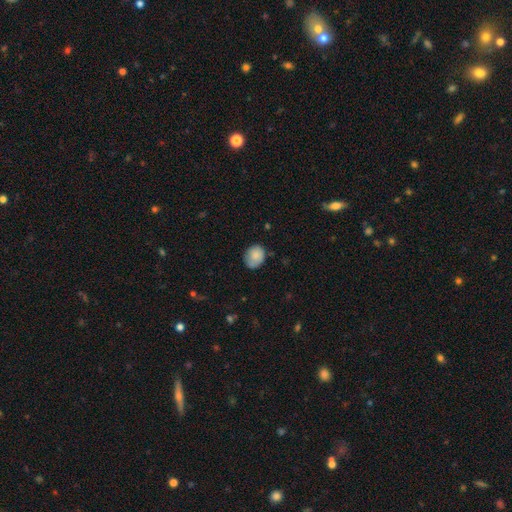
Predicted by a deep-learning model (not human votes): Q: Smooth or featured?
A: smooth (83%); runner-up: featured or disk (10%)
Q: How rounded?
A: round (55%); runner-up: in between (44%)
Q: Merging?
A: none (66%); runner-up: minor disturbance (27%)